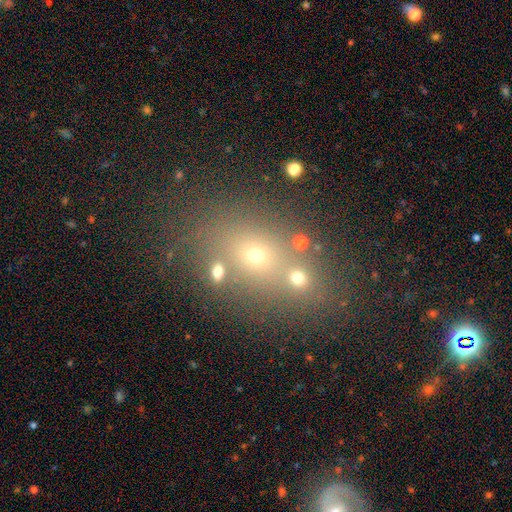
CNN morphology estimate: A smooth galaxy with no disk features (48%).

Vote fractions:
- Smooth or featured? smooth: 48% / star or artifact: 32% / featured or disk: 20%
- Merging? none: 61% / merger: 24% / minor disturbance: 11% / major disturbance: 5%